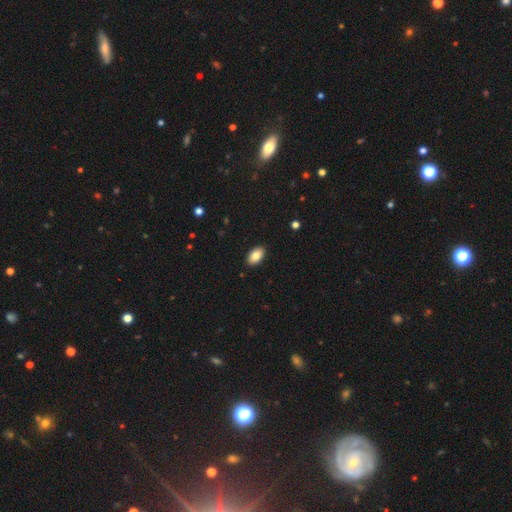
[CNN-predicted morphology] Q: Smooth or featured?
A: smooth (86%); runner-up: star or artifact (7%)
Q: How rounded?
A: in between (94%); runner-up: round (5%)
Q: Merging?
A: none (90%); runner-up: minor disturbance (7%)